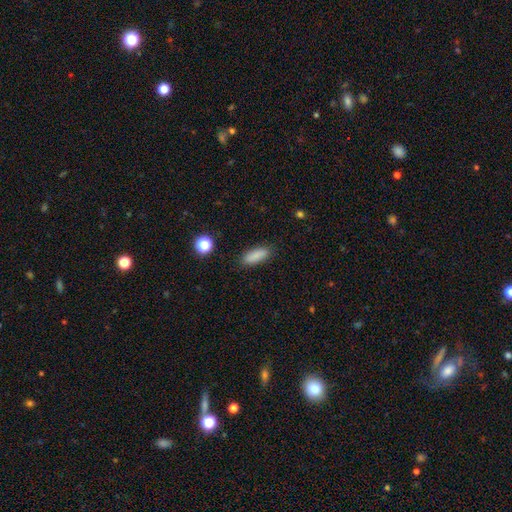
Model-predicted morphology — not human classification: Q: Smooth or featured?
A: smooth (85%); runner-up: star or artifact (8%)
Q: How rounded?
A: in between (65%); runner-up: cigar-shaped (32%)
Q: Merging?
A: none (85%); runner-up: minor disturbance (11%)